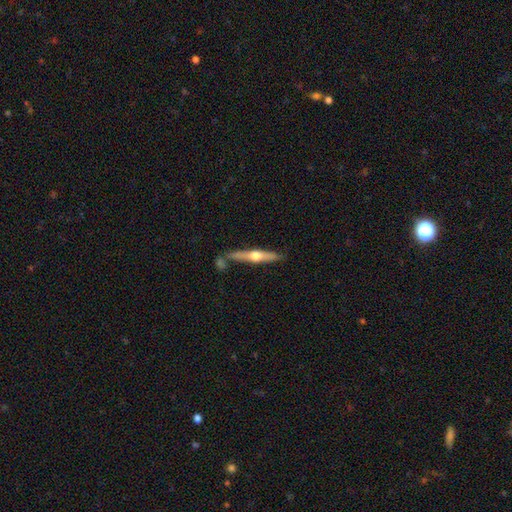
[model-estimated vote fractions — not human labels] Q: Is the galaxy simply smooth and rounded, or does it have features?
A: featured or disk — 61%.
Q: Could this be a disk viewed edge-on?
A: yes — 95%.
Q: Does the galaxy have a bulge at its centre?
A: rounded — 92%.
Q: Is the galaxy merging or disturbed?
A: none — 74%.